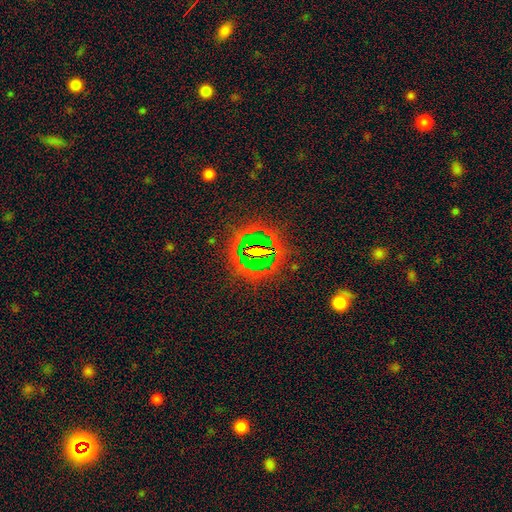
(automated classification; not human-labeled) smooth-or-featured: star or artifact: 75% | smooth: 14% | featured or disk: 11%